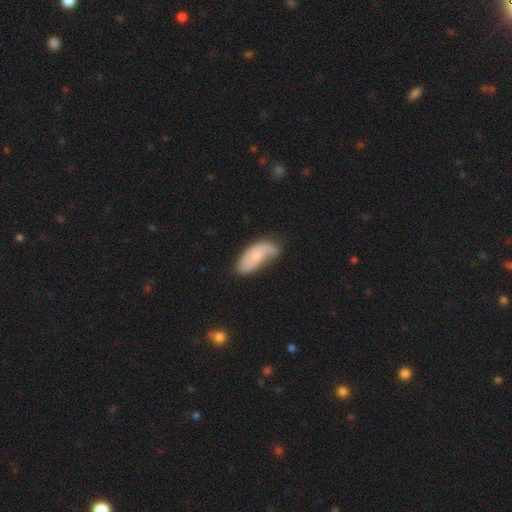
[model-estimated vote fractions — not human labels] Overall: smooth (49%; featured or disk 45%). Merging: none (41%; minor disturbance 33%).